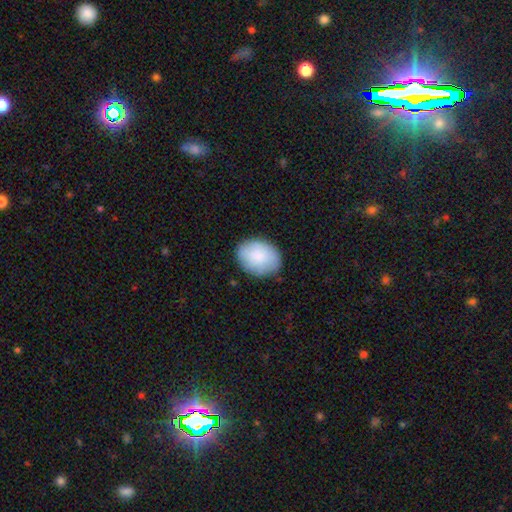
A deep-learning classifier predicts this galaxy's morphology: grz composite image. It shows a smooth galaxy with no disk features (86%) that is in between round and cigar-shaped (66%). Merging: none (82%).